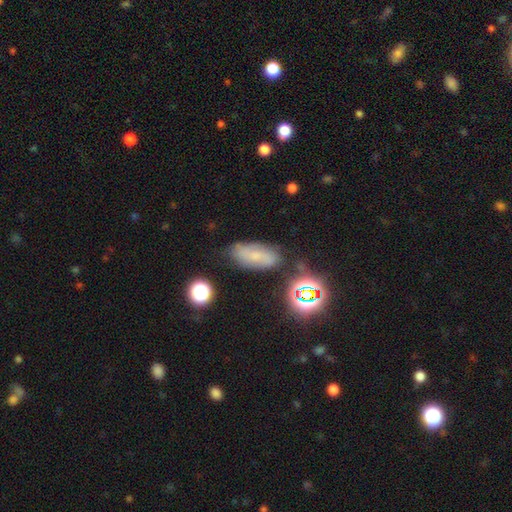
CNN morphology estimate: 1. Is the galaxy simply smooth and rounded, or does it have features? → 47% smooth, 34% featured or disk, 20% star or artifact.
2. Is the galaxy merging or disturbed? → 71% none, 19% minor disturbance, 6% major disturbance, 4% merger.